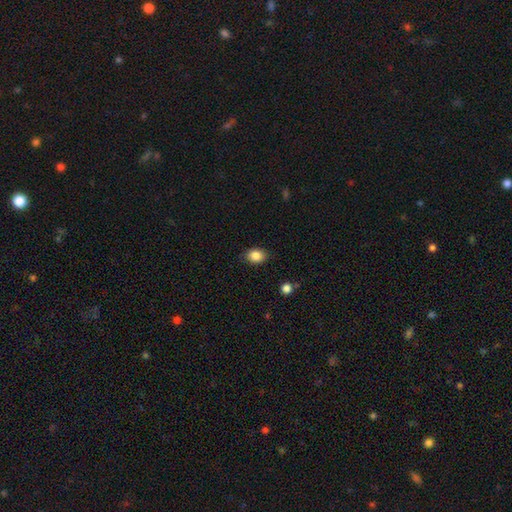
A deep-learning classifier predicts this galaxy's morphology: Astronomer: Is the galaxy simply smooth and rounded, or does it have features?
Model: smooth — 87%.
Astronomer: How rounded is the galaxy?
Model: in between — 60% (runner-up: round, 39%).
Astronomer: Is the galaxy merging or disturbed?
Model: none — 85%.